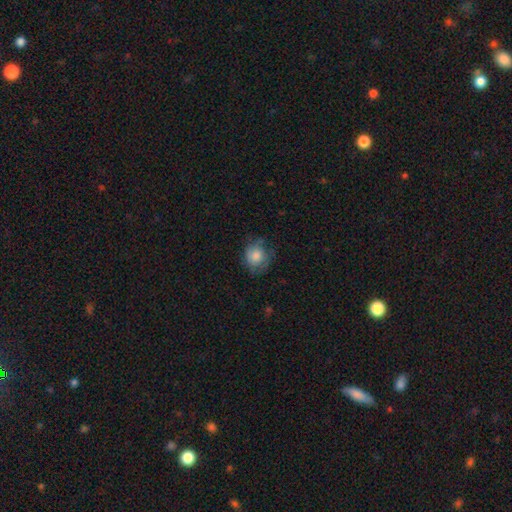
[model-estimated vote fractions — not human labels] This appears to be a smooth galaxy with no disk features (73%) that is round (70%). Merging: none (61%).